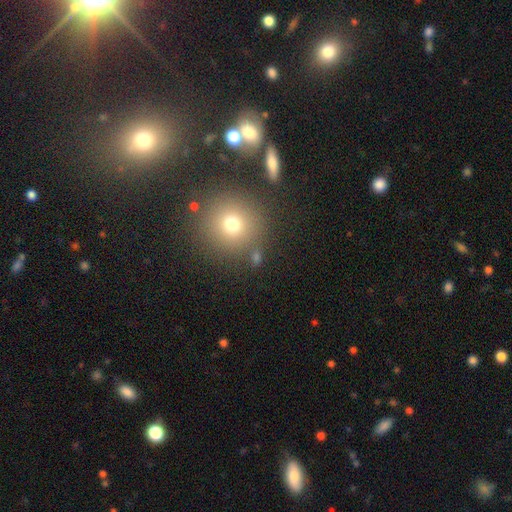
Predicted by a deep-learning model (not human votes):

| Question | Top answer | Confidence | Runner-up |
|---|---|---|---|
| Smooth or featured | smooth | 64% | star or artifact (24%) |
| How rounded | round | 91% | in between (7%) |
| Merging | none | 82% | minor disturbance (8%) |